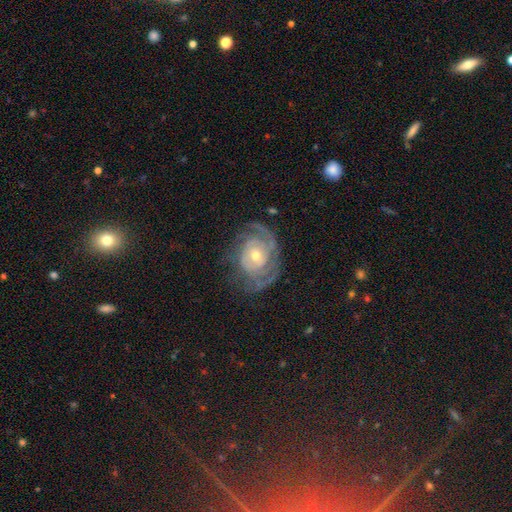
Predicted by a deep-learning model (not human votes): Morphology: type=featured or disk (85%); edge-on=no (97%); bar=no (74%); spiral arms=yes (92%); winding=tight (65%); arm count=2 (34%); bulge=moderate (52%); merging=none (65%).